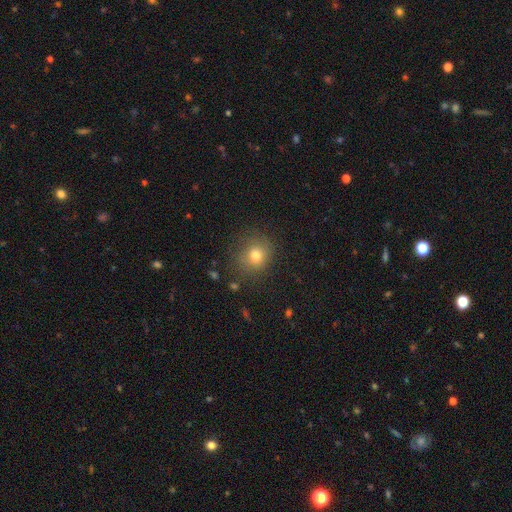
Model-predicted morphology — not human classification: type=smooth (75%); roundness=round (82%); merging=none (79%).